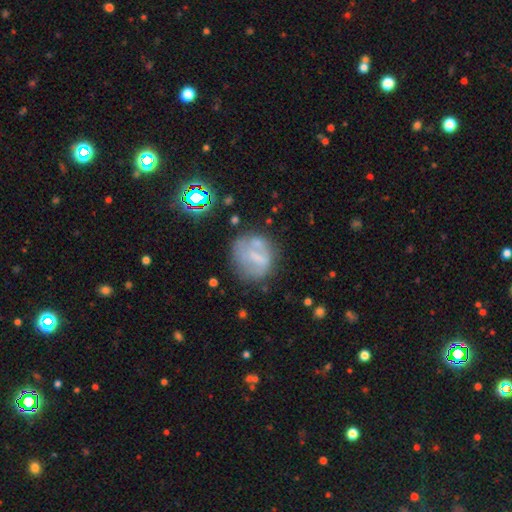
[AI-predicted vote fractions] smooth 45%, featured or disk 40%, star or artifact 15%. Down the decision tree: merging — none (58%).